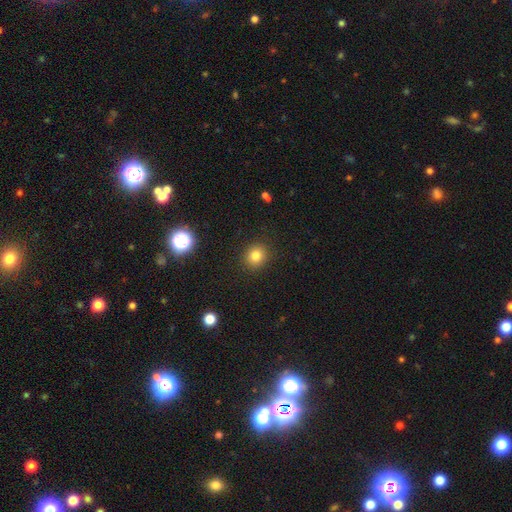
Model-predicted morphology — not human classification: Q: Smooth or featured?
A: smooth (80%); runner-up: star or artifact (13%)
Q: How rounded?
A: round (82%); runner-up: in between (18%)
Q: Merging?
A: none (90%); runner-up: minor disturbance (6%)